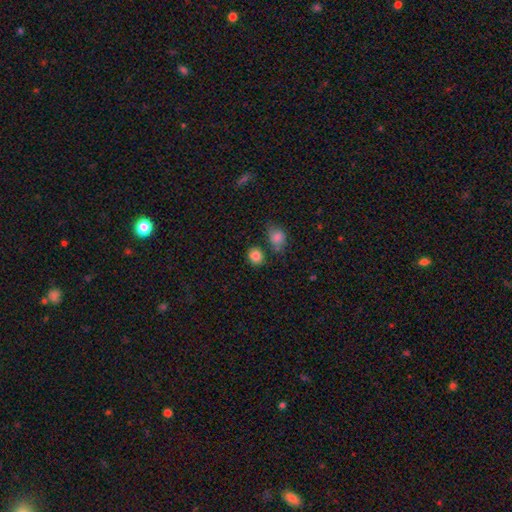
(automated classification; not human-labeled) A smooth galaxy with no disk features (84%) that is round (73%). Merging: none (74%).